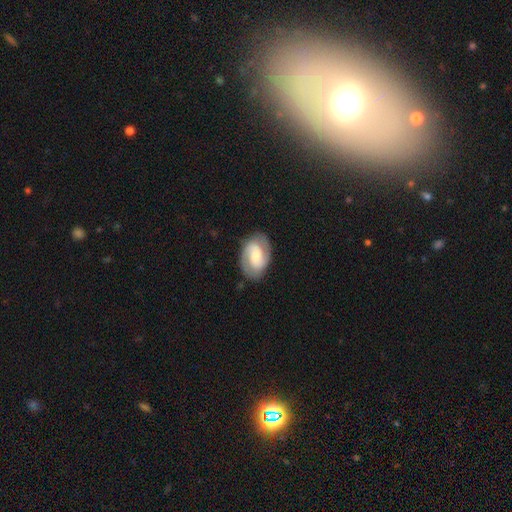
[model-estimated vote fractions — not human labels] This is likely a featured or disk galaxy (71%). It is clearly not viewed edge-on (97%). Bar: marginally no (43%). Spiral arm pattern: clearly yes (93%). Spiral arm count: clearly 2 (87%). Spiral winding: possibly medium (45%). Central bulge: marginally moderate (39%). Merging: clearly none (81%).